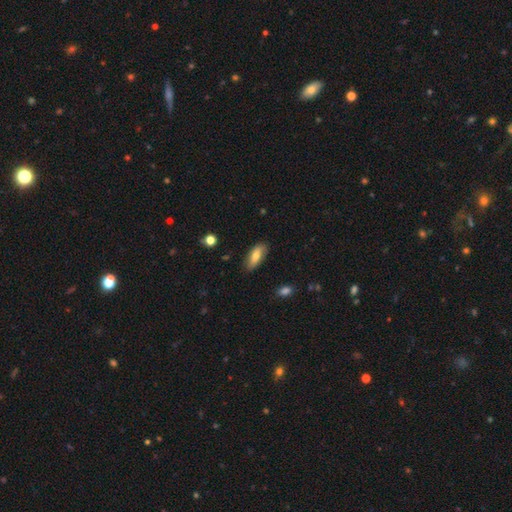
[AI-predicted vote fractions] A smooth galaxy with no disk features (71%) that is in between round and cigar-shaped (78%). Merging: none (83%).